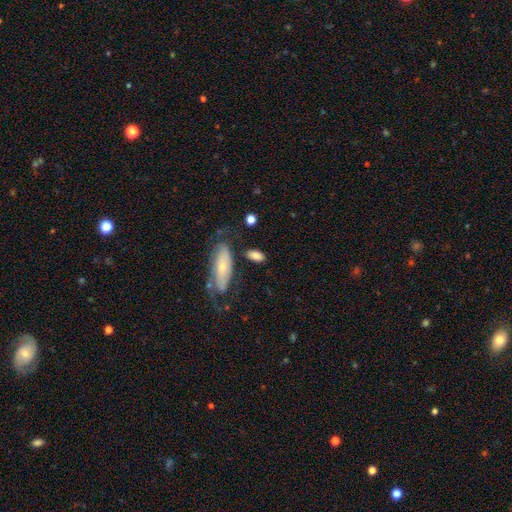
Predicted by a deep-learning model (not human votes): Morphology: type=smooth (78%); roundness=in between (80%); merging=none (68%).